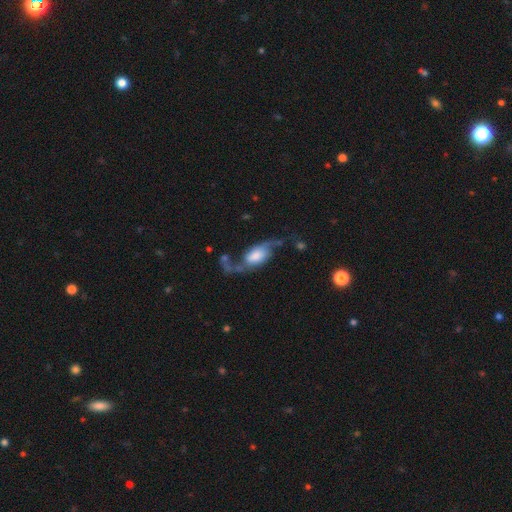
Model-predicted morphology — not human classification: featured or disk 74%, smooth 18%, star or artifact 8%. Down the decision tree: edge-on disk — no (93%); bar — no (56%); spiral arms — yes (93%); spiral arm count — 2 (90%); spiral winding — loose (83%); bulge size — large (37%); merging — none (49%).